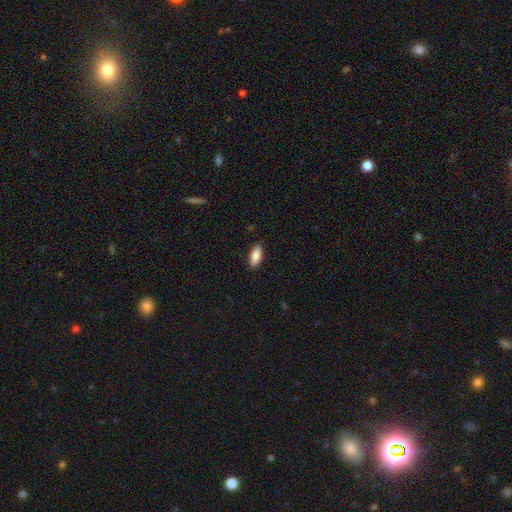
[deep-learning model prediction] Smooth or featured?
  - smooth: 85% *
  - featured or disk: 9%
  - star or artifact: 6%
How rounded?
  - in between: 81% *
  - cigar-shaped: 17%
  - round: 2%
Merging?
  - none: 89% *
  - minor disturbance: 8%
  - major disturbance: 2%
  - merger: 1%